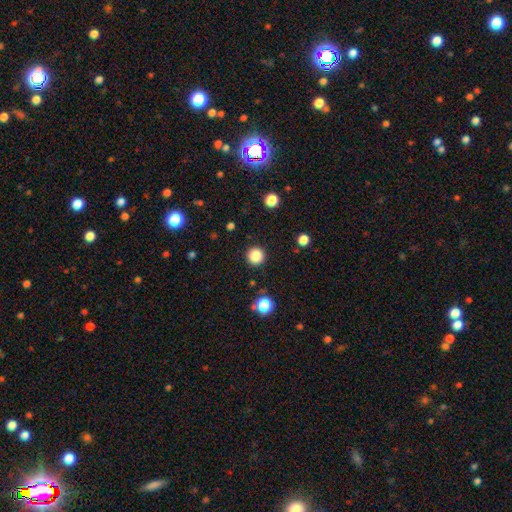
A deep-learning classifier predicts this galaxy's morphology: The model was most divided on "smooth or featured": smooth: 85%, star or artifact: 11%, featured or disk: 4%. More confident: how rounded — round (96%); merging — none (92%).